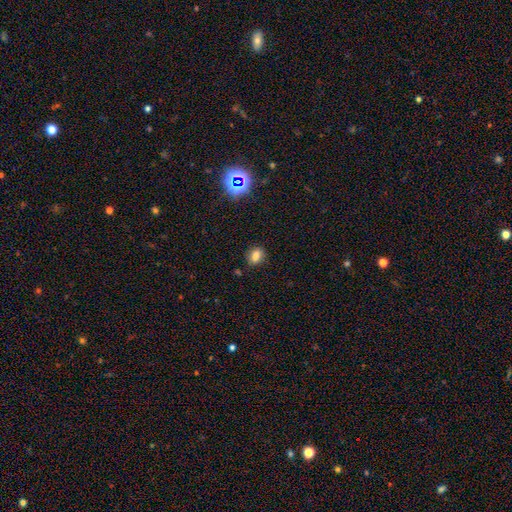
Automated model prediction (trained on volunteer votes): Overall: smooth (77%). How rounded: in between (55%; round 43%). Merging: none (82%).